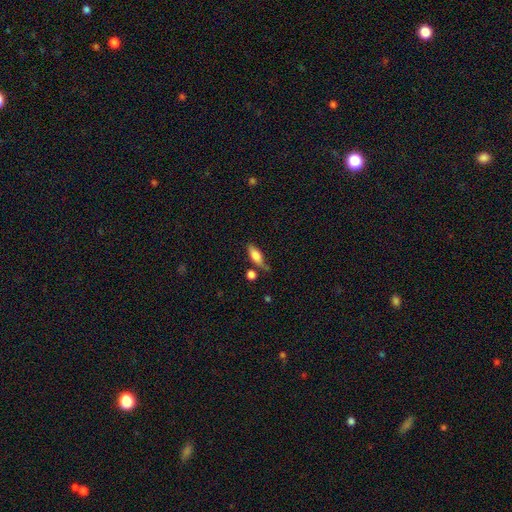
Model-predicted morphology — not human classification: Overall: smooth (73%). How rounded: in between (70%). Merging: none (59%; minor disturbance 22%).